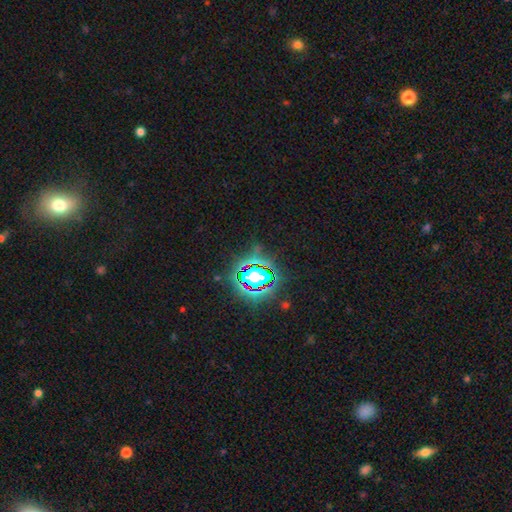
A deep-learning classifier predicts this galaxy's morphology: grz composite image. It shows a star or artifact, not a galaxy (81%).